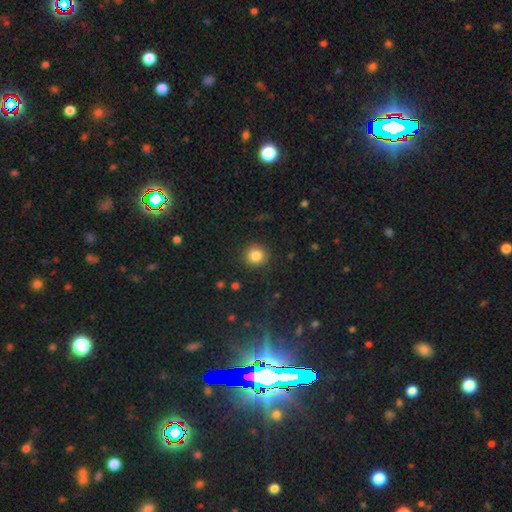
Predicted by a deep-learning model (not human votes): Smooth or featured? smooth (84%)
How rounded? round (92%)
Merging? none (91%)